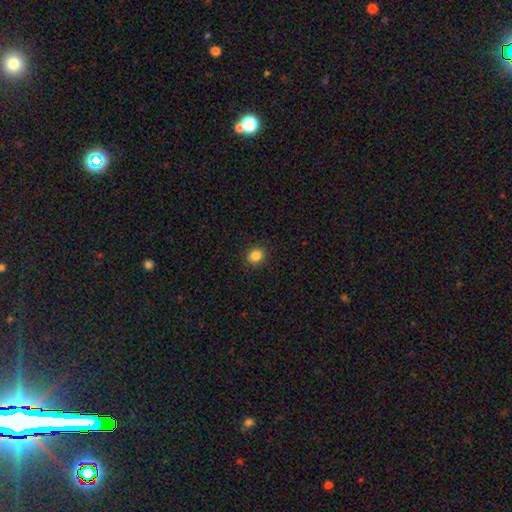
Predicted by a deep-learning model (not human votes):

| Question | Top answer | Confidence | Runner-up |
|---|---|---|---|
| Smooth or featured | smooth | 86% | star or artifact (11%) |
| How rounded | round | 76% | in between (24%) |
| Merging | none | 91% | minor disturbance (6%) |